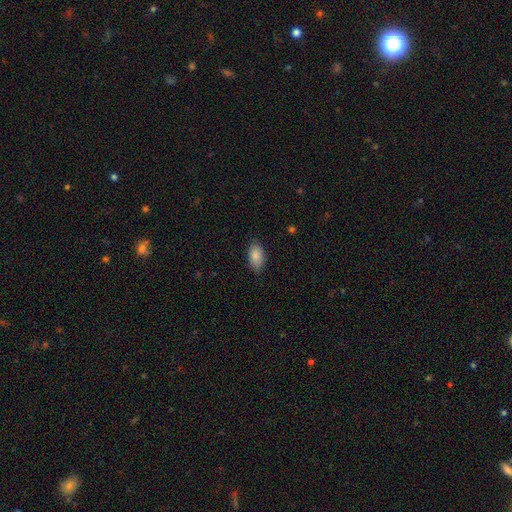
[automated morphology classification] Smooth or featured? smooth (87%)
How rounded? in between (93%)
Merging? none (82%)